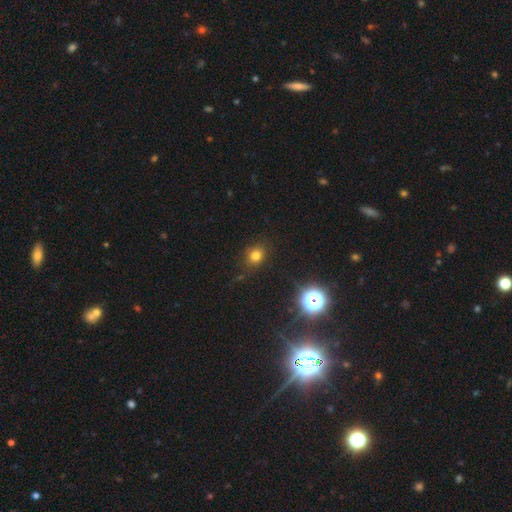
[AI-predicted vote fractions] A smooth galaxy with no disk features (75%) that is round (68%). Merging: none (82%).